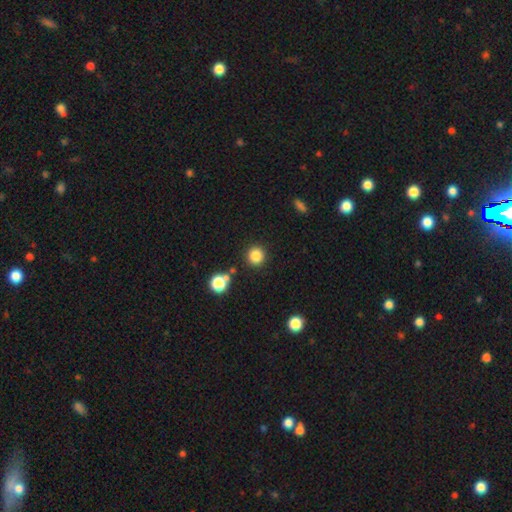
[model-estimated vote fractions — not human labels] smooth-or-featured: smooth: 83% | star or artifact: 12% | featured or disk: 4%
  how-rounded: round: 91% | in between: 8% | cigar-shaped: 1%
  merging: none: 87% | minor disturbance: 7% | merger: 4% | major disturbance: 3%